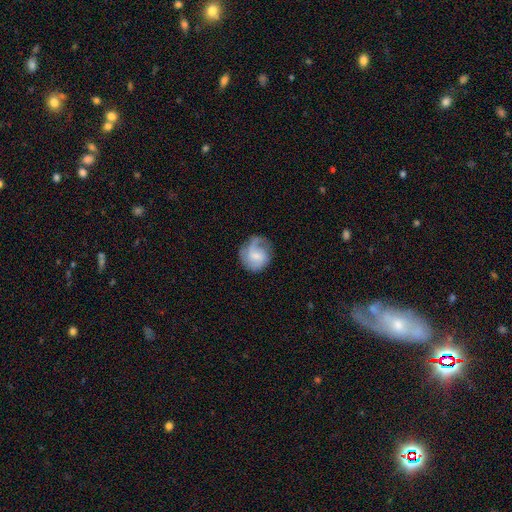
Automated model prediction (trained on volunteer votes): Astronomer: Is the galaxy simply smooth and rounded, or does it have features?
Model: featured or disk — 55% (runner-up: smooth, 38%).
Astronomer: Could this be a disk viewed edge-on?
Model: no — 98%.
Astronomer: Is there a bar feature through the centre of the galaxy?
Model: no — 53% (runner-up: weak, 40%).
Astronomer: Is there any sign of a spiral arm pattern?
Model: yes — 86%.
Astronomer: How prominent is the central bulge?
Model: small — 42% (runner-up: moderate, 33%).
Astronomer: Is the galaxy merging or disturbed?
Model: none — 55%.